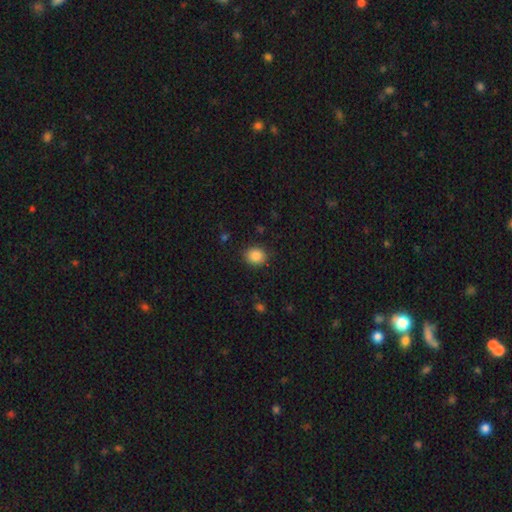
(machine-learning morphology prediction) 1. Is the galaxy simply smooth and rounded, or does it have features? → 87% smooth, 9% star or artifact, 4% featured or disk.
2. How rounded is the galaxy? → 77% round, 22% in between, 1% cigar-shaped.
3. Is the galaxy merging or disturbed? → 88% none, 8% minor disturbance, 2% major disturbance, 1% merger.